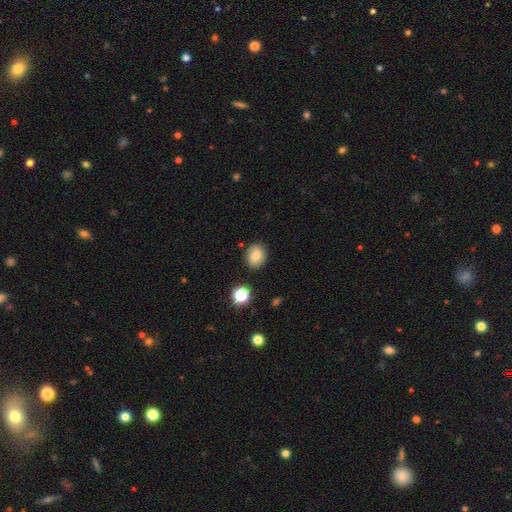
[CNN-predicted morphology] Smooth or featured?
  - smooth: 80% *
  - star or artifact: 11%
  - featured or disk: 9%
How rounded?
  - round: 57% *
  - in between: 42%
  - cigar-shaped: 1%
Merging?
  - none: 85% *
  - minor disturbance: 10%
  - merger: 3%
  - major disturbance: 2%